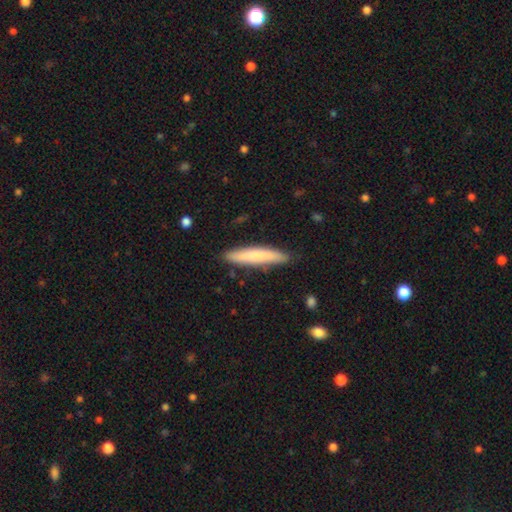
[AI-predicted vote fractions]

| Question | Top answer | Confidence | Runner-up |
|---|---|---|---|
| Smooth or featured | smooth | 71% | featured or disk (24%) |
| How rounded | cigar-shaped | 90% | in between (8%) |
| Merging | none | 87% | minor disturbance (10%) |